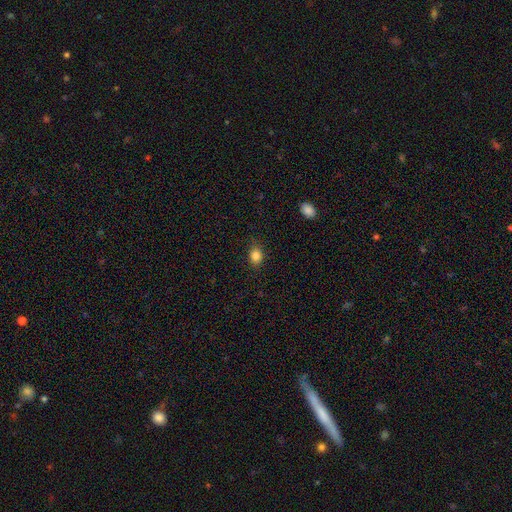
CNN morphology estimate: This appears to be a smooth galaxy with no disk features (85%) that is in between round and cigar-shaped (56%). Merging: none (81%).